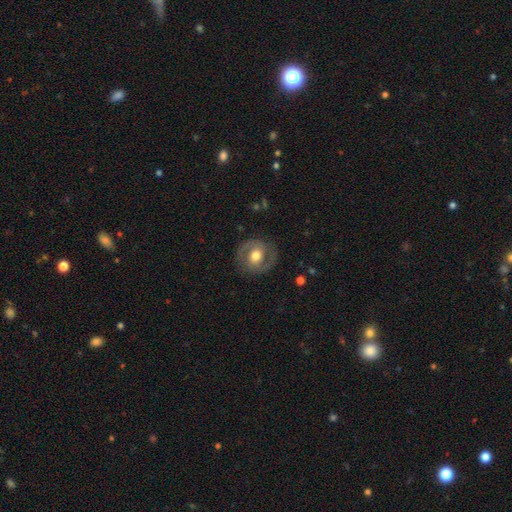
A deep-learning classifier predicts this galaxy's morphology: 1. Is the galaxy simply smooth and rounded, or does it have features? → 64% featured or disk, 30% smooth, 6% star or artifact.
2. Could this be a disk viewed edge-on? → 97% no, 3% yes.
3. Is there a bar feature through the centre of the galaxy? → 52% no, 34% weak, 13% strong.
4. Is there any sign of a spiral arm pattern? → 70% yes, 30% no.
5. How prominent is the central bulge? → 67% moderate, 23% large, 7% small, 2% dominant, 1% none.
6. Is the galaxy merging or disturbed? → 82% none, 11% minor disturbance, 6% major disturbance, 1% merger.